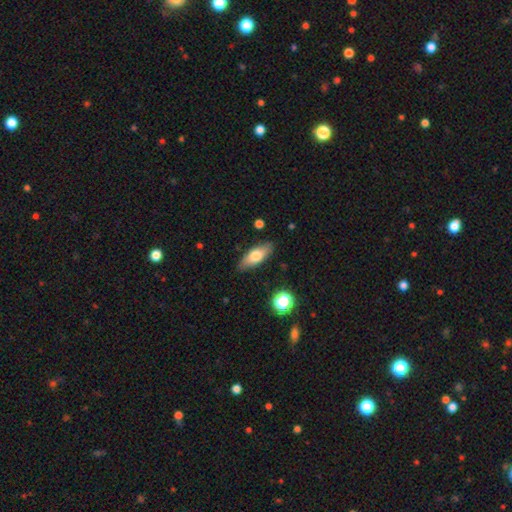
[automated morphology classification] Smooth or featured? smooth (69%)
How rounded? in between (73%)
Merging? none (86%)